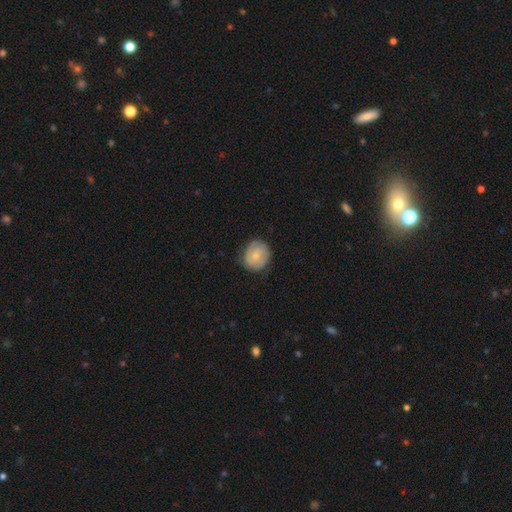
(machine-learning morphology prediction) Smooth or featured? Predicted: smooth (p=0.53). How rounded? Predicted: round (p=0.78). Merging? Predicted: none (p=0.76).